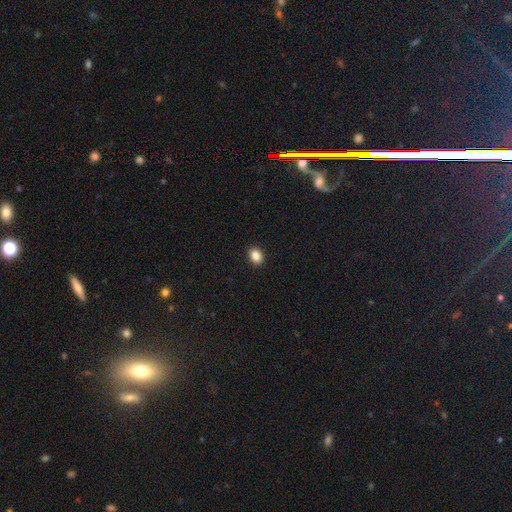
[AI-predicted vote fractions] Smooth or featured?
  - smooth: 87% *
  - star or artifact: 9%
  - featured or disk: 4%
How rounded?
  - in between: 69% *
  - round: 30%
  - cigar-shaped: 1%
Merging?
  - none: 91% *
  - minor disturbance: 6%
  - major disturbance: 2%
  - merger: 1%